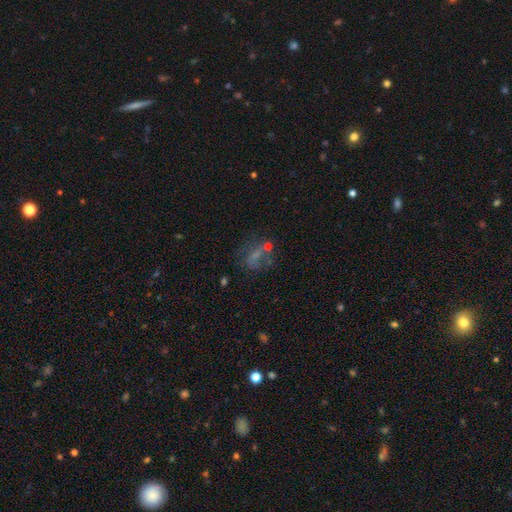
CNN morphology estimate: type=smooth (42%); merging=none (43%).